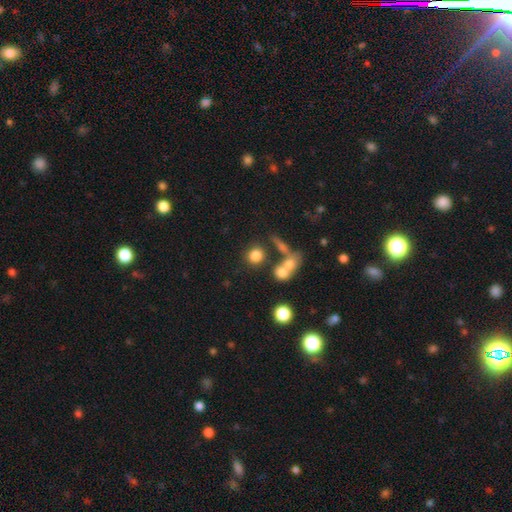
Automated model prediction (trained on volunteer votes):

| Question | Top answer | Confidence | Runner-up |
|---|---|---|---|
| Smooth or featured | smooth | 78% | star or artifact (12%) |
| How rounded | round | 83% | in between (15%) |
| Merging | none | 66% | merger (19%) |